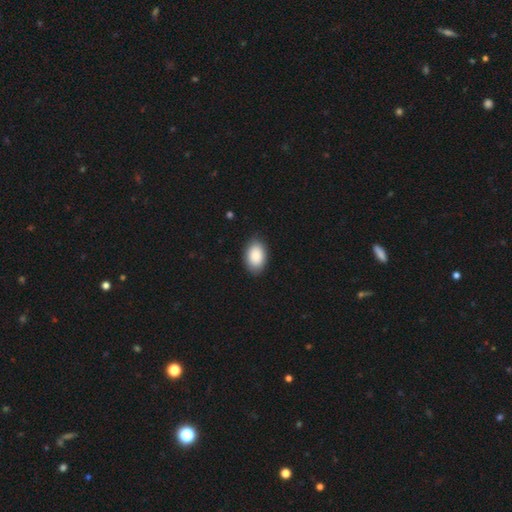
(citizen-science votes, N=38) Smooth or featured: smooth — 92% (star or artifact — 5%)
How rounded: in between — 94% (round — 3%)
Merging: none — 75% (minor disturbance — 19%)